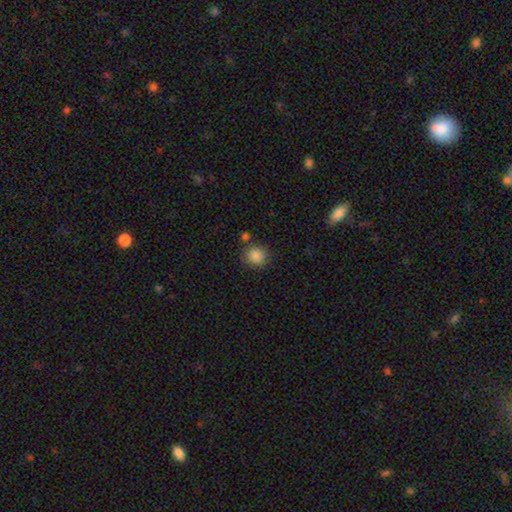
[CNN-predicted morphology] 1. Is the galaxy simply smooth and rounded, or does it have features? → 87% smooth, 9% star or artifact, 4% featured or disk.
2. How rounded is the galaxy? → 88% round, 11% in between, 1% cigar-shaped.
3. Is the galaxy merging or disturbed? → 79% none, 10% minor disturbance, 7% merger, 3% major disturbance.